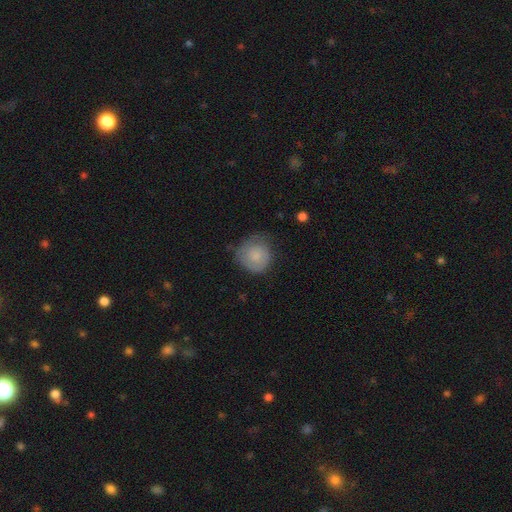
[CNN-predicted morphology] This is likely a smooth galaxy (77%). How rounded: clearly round (87%). Merging: possibly none (57%).